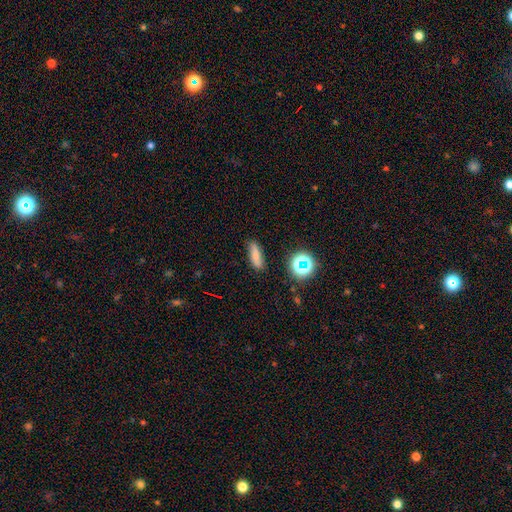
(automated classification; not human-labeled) Morphology: type=smooth (75%); roundness=cigar-shaped (55%); merging=none (82%).